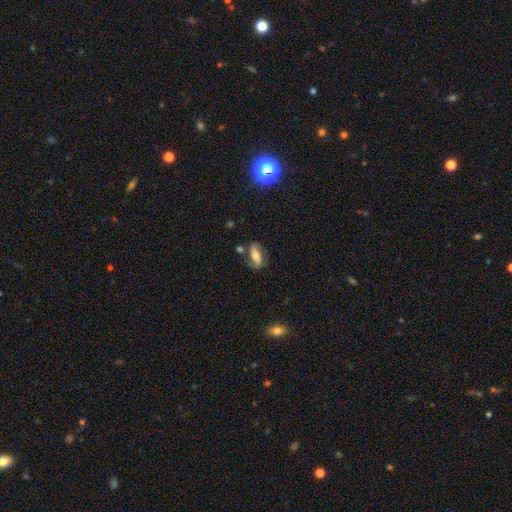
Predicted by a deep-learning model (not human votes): Q: Smooth or featured?
A: featured or disk (61%); runner-up: smooth (30%)
Q: Edge-on disk?
A: no (88%); runner-up: yes (12%)
Q: Bar?
A: no (42%); runner-up: weak (30%)
Q: Spiral arms?
A: yes (86%); runner-up: no (14%)
Q: Bulge size?
A: moderate (62%); runner-up: small (23%)
Q: Merging?
A: none (67%); runner-up: minor disturbance (19%)